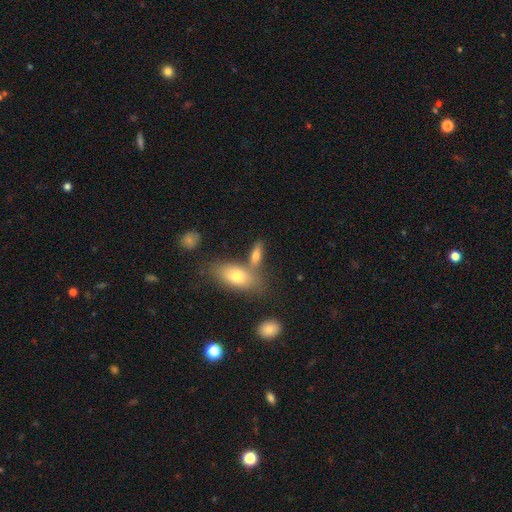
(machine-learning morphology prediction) Smooth or featured? smooth (67%)
How rounded? in between (62%)
Merging? none (56%)